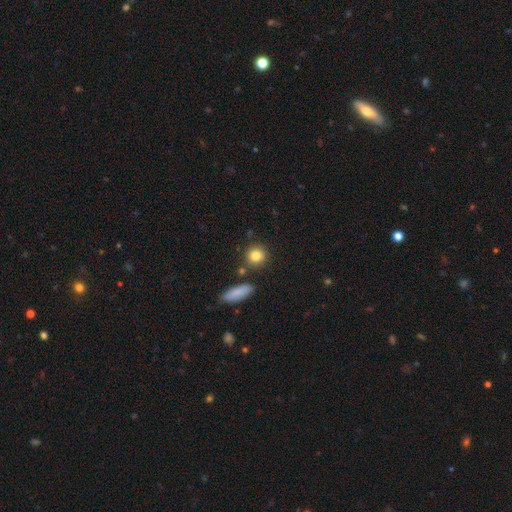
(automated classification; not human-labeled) Smooth or featured? smooth (82%)
How rounded? round (86%)
Merging? none (81%)